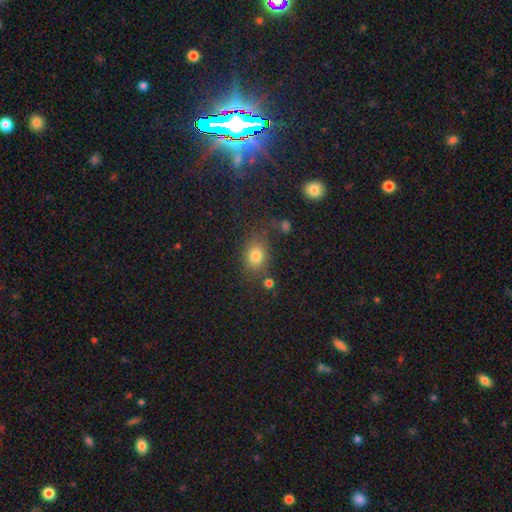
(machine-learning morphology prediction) Smooth or featured?
  - smooth: 77% *
  - star or artifact: 14%
  - featured or disk: 8%
How rounded?
  - in between: 55% *
  - round: 43%
  - cigar-shaped: 2%
Merging?
  - none: 72% *
  - minor disturbance: 15%
  - merger: 7%
  - major disturbance: 6%